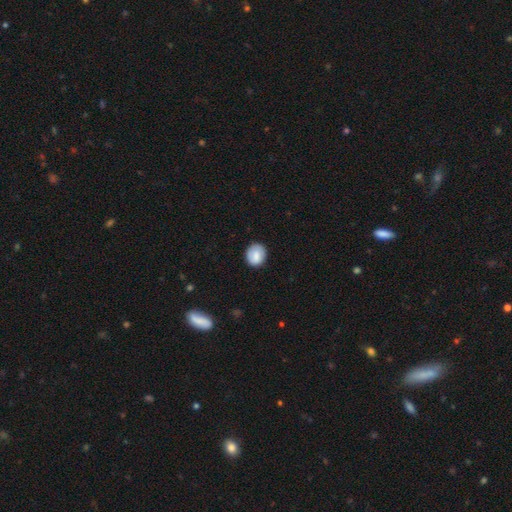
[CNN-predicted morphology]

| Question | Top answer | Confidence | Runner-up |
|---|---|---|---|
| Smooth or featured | smooth | 81% | featured or disk (11%) |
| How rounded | round | 72% | in between (27%) |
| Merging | none | 85% | minor disturbance (12%) |